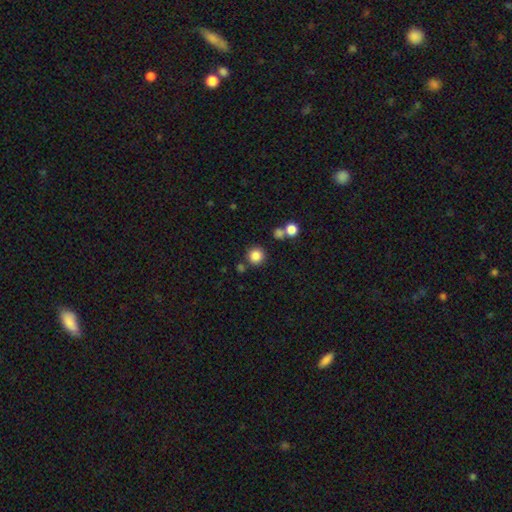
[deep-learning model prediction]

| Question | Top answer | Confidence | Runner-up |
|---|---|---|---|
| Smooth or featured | smooth | 84% | star or artifact (12%) |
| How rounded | round | 94% | in between (5%) |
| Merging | none | 82% | merger (8%) |